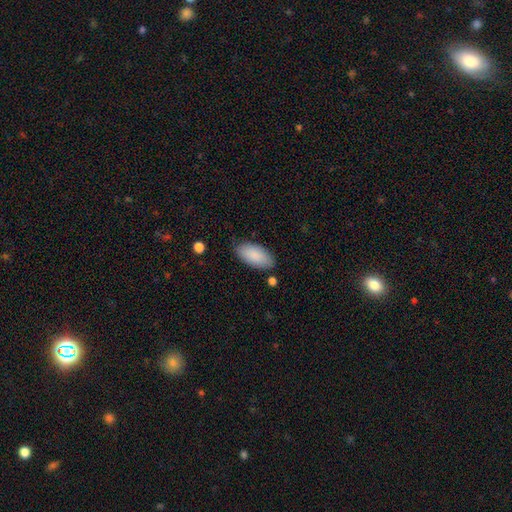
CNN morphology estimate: This is clearly a smooth galaxy (88%). How rounded: clearly in between (93%). Merging: clearly none (81%).